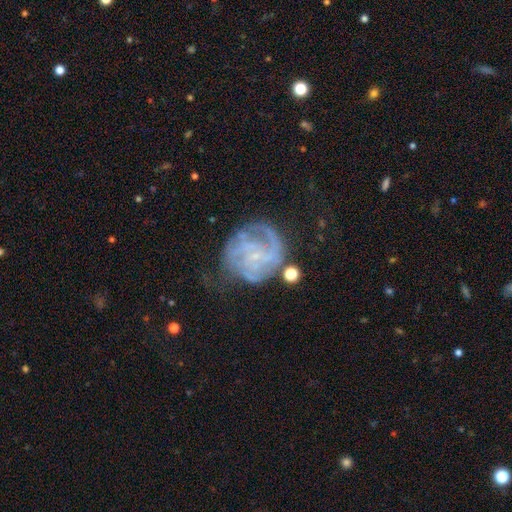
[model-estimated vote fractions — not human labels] The model was most divided on "spiral arm count": can't tell: 29%, 3: 28%, 2: 16%, 4: 14%, more than 4: 6%, 1: 6%. More confident: edge-on disk — no (98%); spiral arms — yes (92%); smooth or featured — featured or disk (81%); bulge size — small (75%); bar — no (63%); spiral winding — tight (55%); merging — none (55%).